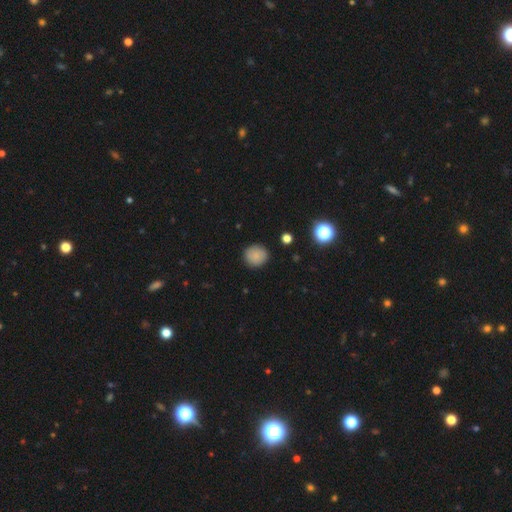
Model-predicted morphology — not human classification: A smooth galaxy with no disk features (84%) that is round (91%).

Vote fractions:
- Smooth or featured? smooth: 84% / star or artifact: 11% / featured or disk: 5%
- How rounded? round: 91% / in between: 8% / cigar-shaped: 1%
- Merging? none: 90% / minor disturbance: 7% / major disturbance: 2% / merger: 1%